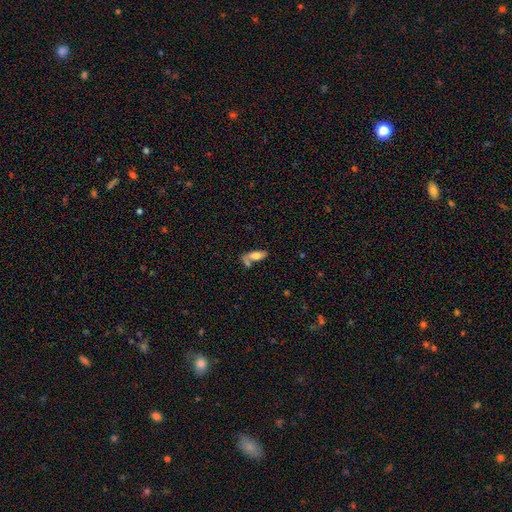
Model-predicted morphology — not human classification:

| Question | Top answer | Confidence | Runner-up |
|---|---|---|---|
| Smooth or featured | smooth | 67% | featured or disk (25%) |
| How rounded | in between | 78% | cigar-shaped (19%) |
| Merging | none | 44% | merger (30%) |